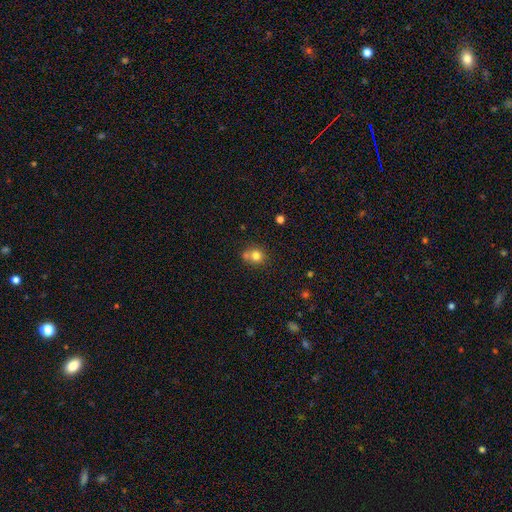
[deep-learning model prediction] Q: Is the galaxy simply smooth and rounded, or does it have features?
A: smooth — 77%.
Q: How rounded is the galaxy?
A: round — 82%.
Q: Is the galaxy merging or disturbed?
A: none — 55%.